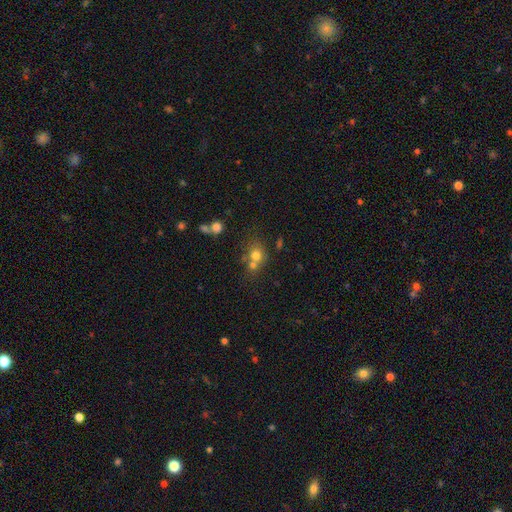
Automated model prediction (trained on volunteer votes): The model was most divided on "merging": none: 44%, merger: 42%, minor disturbance: 9%, major disturbance: 5%. More confident: how rounded — round (74%); smooth or featured — smooth (70%).